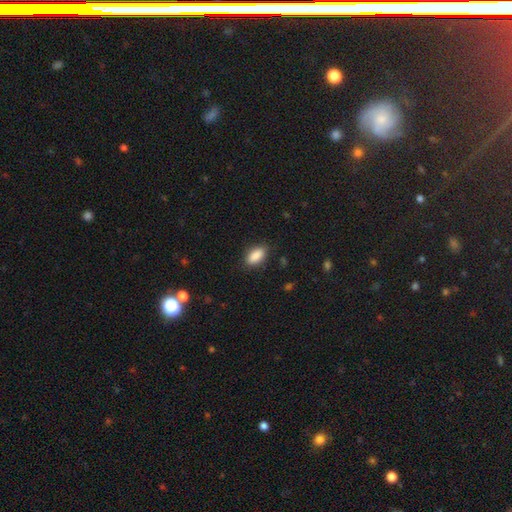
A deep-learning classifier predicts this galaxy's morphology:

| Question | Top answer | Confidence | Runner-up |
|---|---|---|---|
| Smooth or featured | smooth | 88% | star or artifact (7%) |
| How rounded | in between | 88% | cigar-shaped (8%) |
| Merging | none | 84% | minor disturbance (12%) |